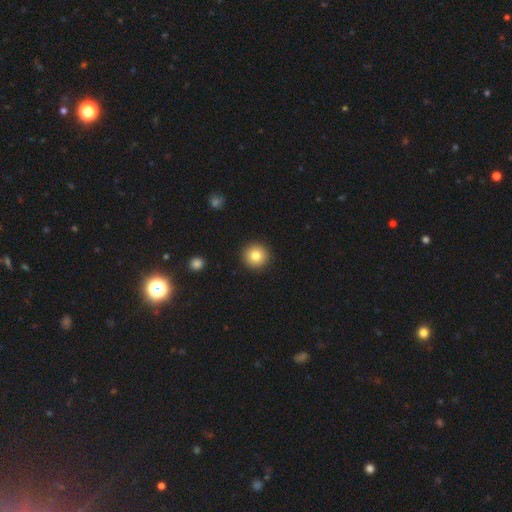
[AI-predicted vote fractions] Overall: smooth (82%). How rounded: round (95%). Merging: none (92%).